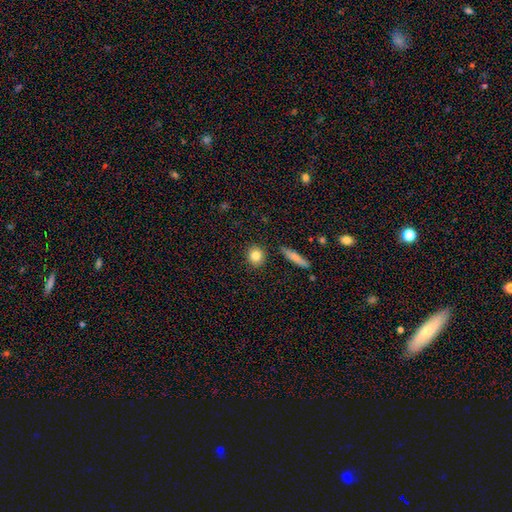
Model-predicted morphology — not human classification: Smooth or featured? Predicted: smooth (p=0.83). How rounded? Predicted: round (p=0.80). Merging? Predicted: none (p=0.89).